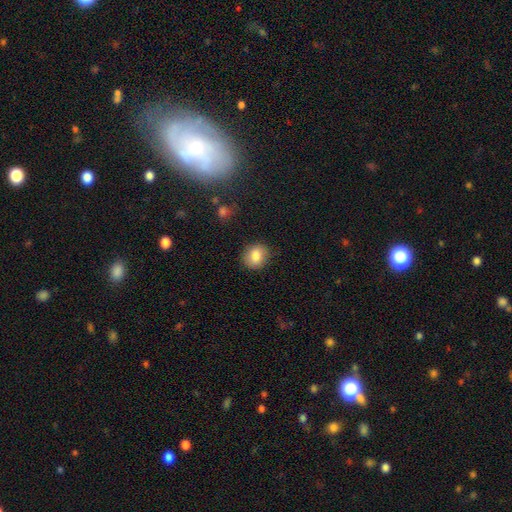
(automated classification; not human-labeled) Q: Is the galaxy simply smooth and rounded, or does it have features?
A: smooth — 85%.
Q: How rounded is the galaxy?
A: round — 63%.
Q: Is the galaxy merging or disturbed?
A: none — 85%.